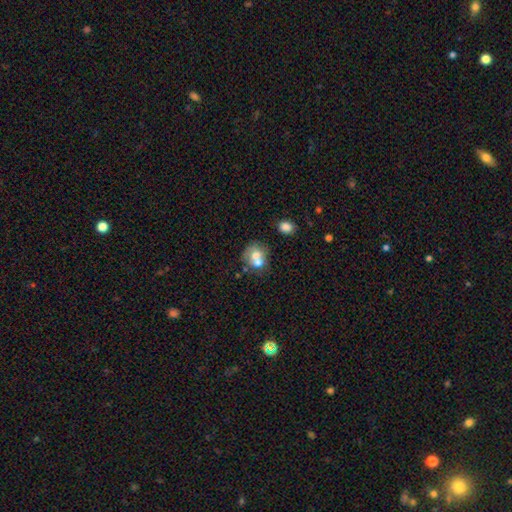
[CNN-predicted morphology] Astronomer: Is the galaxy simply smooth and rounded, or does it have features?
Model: smooth — 65%.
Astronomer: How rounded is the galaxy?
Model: round — 70%.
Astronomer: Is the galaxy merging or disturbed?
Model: merger — 52% (runner-up: none, 33%).